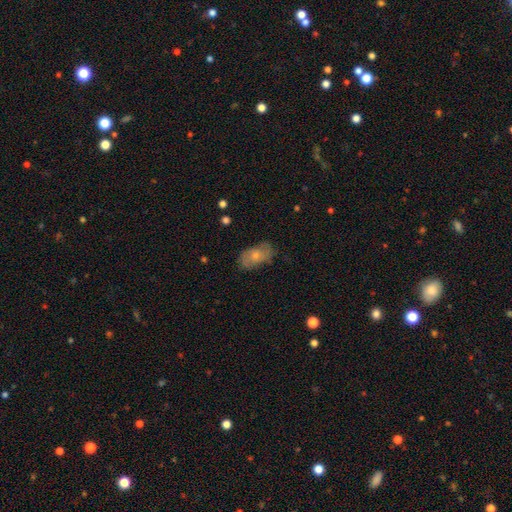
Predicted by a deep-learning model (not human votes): This is likely a smooth galaxy (63%). How rounded: clearly in between (91%). Merging: likely none (69%).